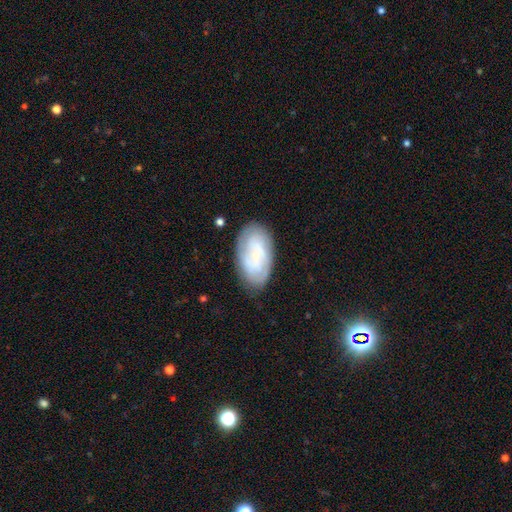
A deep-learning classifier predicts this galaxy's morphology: Smooth or featured? featured or disk (58%)
Edge-on disk? no (95%)
Bar? no (70%)
Spiral arms? yes (80%)
Bulge size? small (78%)
Merging? none (77%)